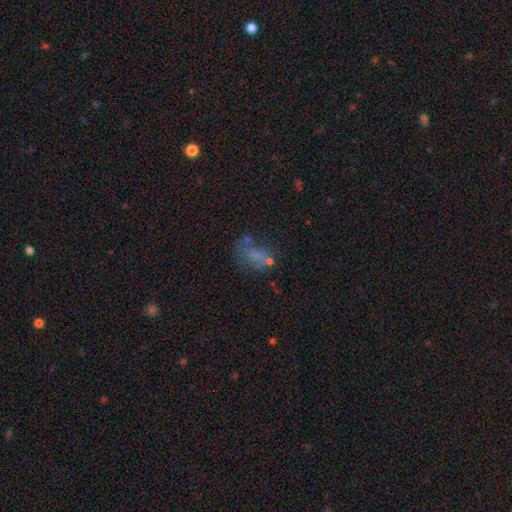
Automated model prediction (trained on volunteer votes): smooth-or-featured: smooth: 55% | featured or disk: 26% | star or artifact: 19%
  how-rounded: in between: 81% | round: 16% | cigar-shaped: 3%
  merging: none: 39% | major disturbance: 24% | minor disturbance: 21% | merger: 16%